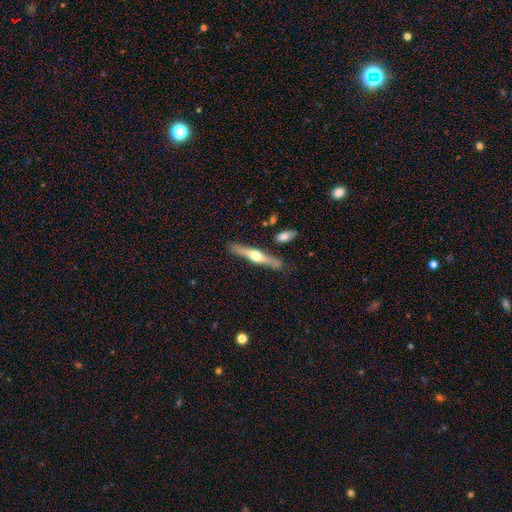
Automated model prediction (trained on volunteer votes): Smooth or featured?
  - featured or disk: 63% *
  - smooth: 32%
  - star or artifact: 5%
Edge-on disk?
  - yes: 95% *
  - no: 5%
Edge-on bulge?
  - rounded: 92% *
  - none: 4%
  - boxy: 4%
Merging?
  - none: 82% *
  - minor disturbance: 12%
  - merger: 4%
  - major disturbance: 2%